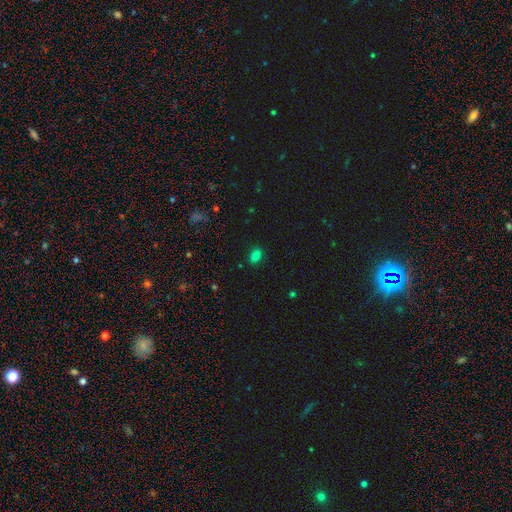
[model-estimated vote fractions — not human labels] This is likely a smooth galaxy (78%). How rounded: likely in between (80%). Merging: clearly none (87%).